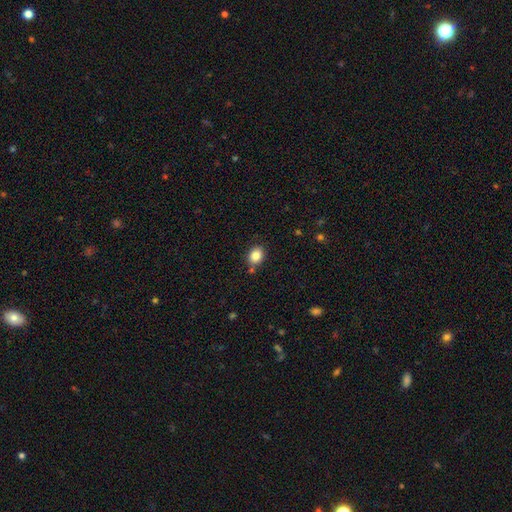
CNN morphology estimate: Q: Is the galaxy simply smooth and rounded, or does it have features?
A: smooth — 85%.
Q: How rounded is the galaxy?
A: in between — 50%.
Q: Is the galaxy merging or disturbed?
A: none — 80%.